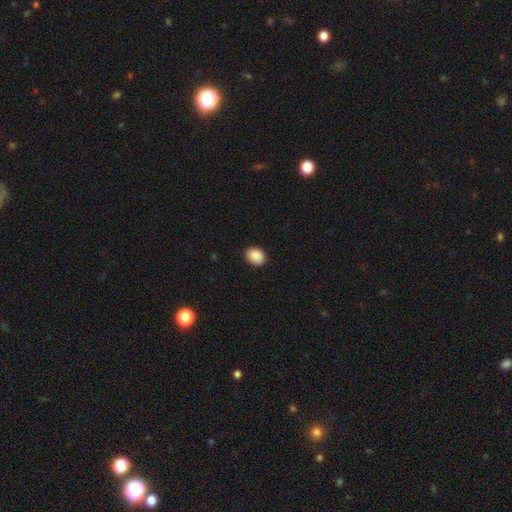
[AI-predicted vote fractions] This is clearly a smooth galaxy (89%). How rounded: possibly round (57%). Merging: clearly none (89%).